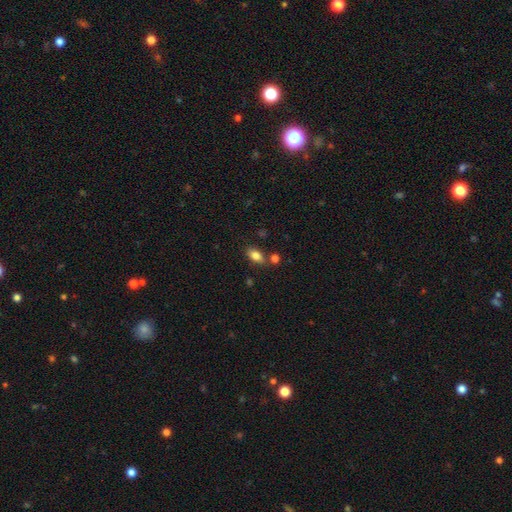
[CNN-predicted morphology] smooth-or-featured: smooth: 83% | star or artifact: 9% | featured or disk: 8%
  how-rounded: in between: 88% | round: 7% | cigar-shaped: 4%
  merging: none: 72% | minor disturbance: 13% | merger: 12% | major disturbance: 3%